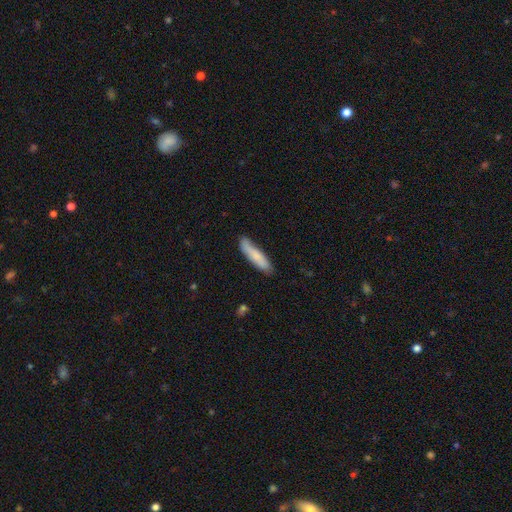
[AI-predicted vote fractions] smooth-or-featured: smooth: 76% | featured or disk: 19% | star or artifact: 5%
  how-rounded: cigar-shaped: 81% | in between: 17% | round: 1%
  merging: none: 79% | minor disturbance: 16% | major disturbance: 3% | merger: 2%